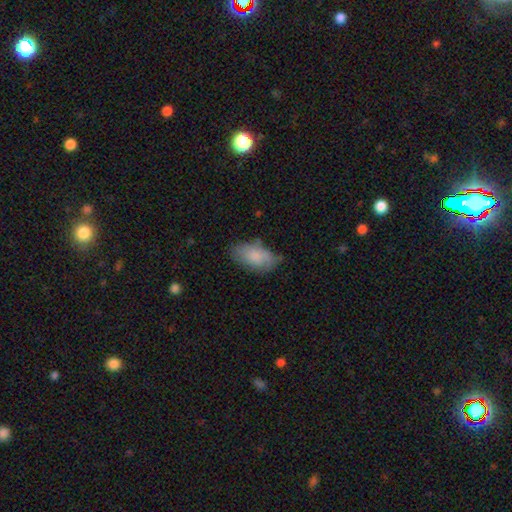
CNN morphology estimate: smooth-or-featured: smooth: 79% | featured or disk: 15% | star or artifact: 6%
  how-rounded: in between: 94% | round: 4% | cigar-shaped: 3%
  merging: none: 62% | minor disturbance: 29% | major disturbance: 7% | merger: 2%